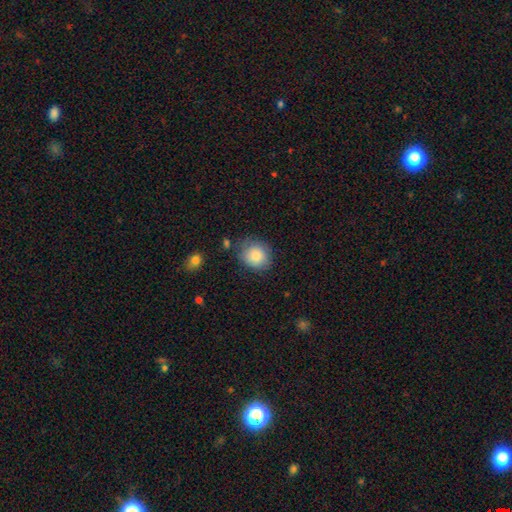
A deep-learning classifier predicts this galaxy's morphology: type=smooth (85%); roundness=round (70%); merging=none (74%).